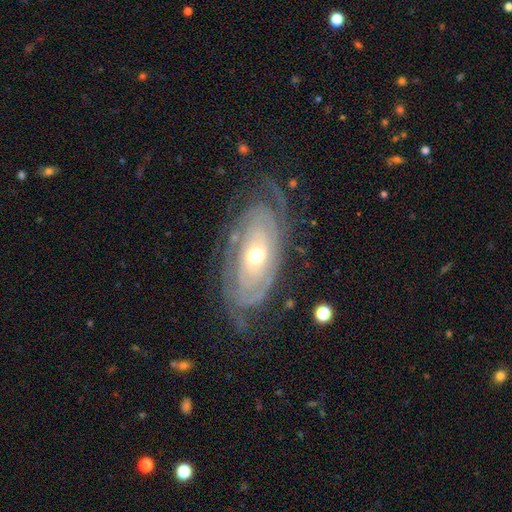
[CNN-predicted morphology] Q: Smooth or featured?
A: featured or disk (85%); runner-up: smooth (10%)
Q: Edge-on disk?
A: no (92%); runner-up: yes (8%)
Q: Bar?
A: no (74%); runner-up: weak (18%)
Q: Spiral arms?
A: yes (88%); runner-up: no (12%)
Q: Spiral winding?
A: tight (76%); runner-up: medium (18%)
Q: Spiral arm count?
A: can't tell (44%); runner-up: 2 (26%)
Q: Bulge size?
A: moderate (59%); runner-up: small (35%)
Q: Merging?
A: none (69%); runner-up: minor disturbance (19%)